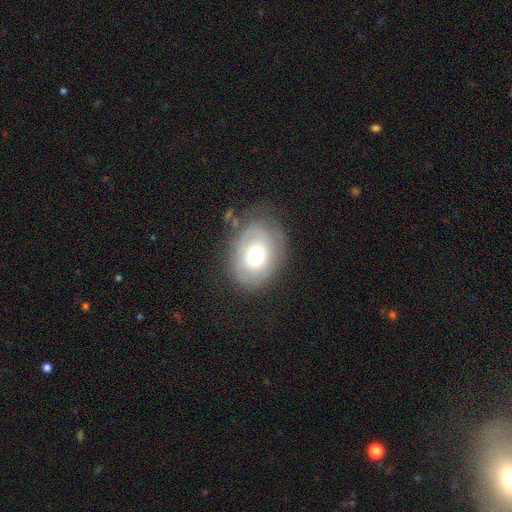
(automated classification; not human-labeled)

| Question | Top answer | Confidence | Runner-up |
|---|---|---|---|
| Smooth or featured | featured or disk | 46% | smooth (45%) |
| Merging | none | 65% | minor disturbance (22%) |